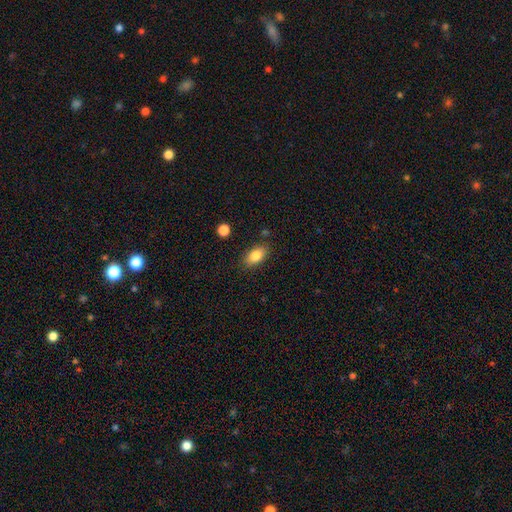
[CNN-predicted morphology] type=smooth (83%); roundness=in between (88%); merging=none (83%).